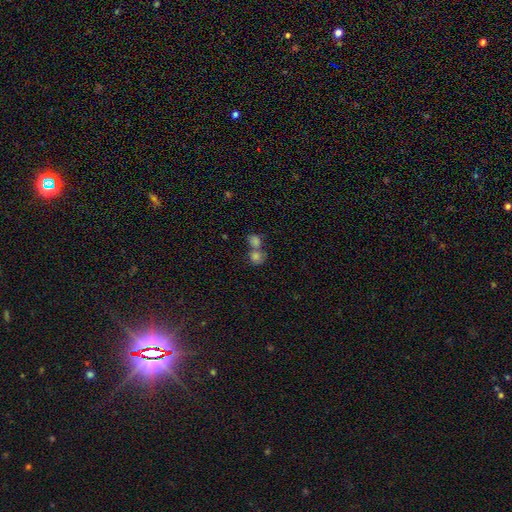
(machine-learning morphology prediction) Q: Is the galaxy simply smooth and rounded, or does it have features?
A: smooth — 73%.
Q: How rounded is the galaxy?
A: round — 71%.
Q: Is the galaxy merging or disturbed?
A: merger — 54%.